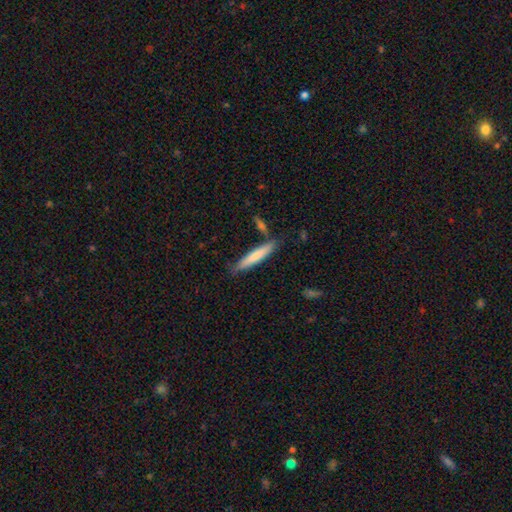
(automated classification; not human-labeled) Smooth or featured: smooth — 72% (featured or disk — 23%)
How rounded: cigar-shaped — 90% (in between — 8%)
Merging: none — 79% (minor disturbance — 13%)